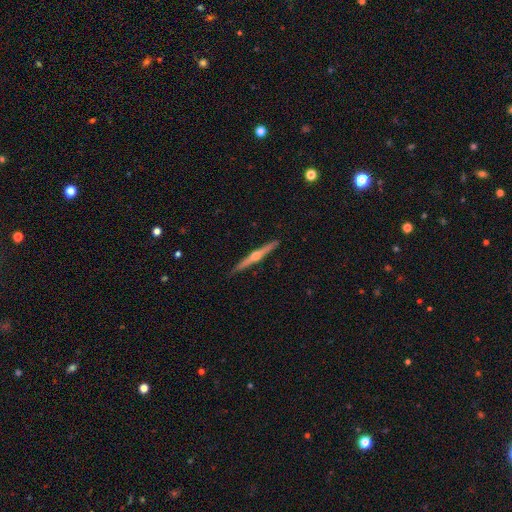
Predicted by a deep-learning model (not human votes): This is likely a featured or disk galaxy (75%). It is clearly viewed edge-on (98%). Edge-on bulge: clearly rounded (92%). Merging: clearly none (91%).